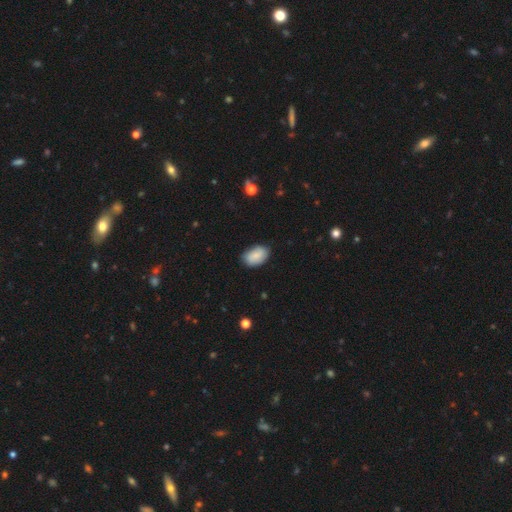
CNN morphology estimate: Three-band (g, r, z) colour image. It shows a smooth galaxy with no disk features (83%) that is in between round and cigar-shaped (90%). Merging: none (80%).